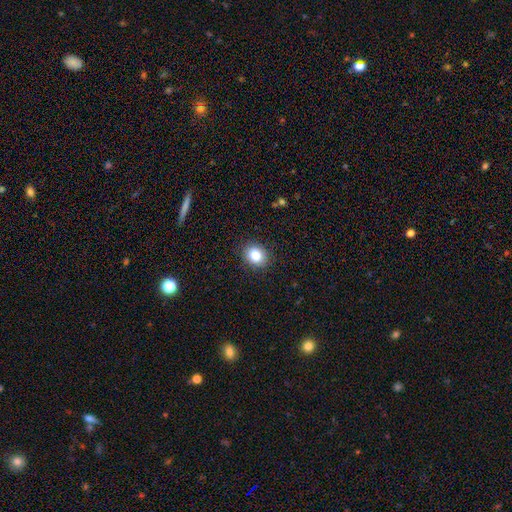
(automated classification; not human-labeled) Smooth or featured: smooth — 83% (star or artifact — 10%)
How rounded: round — 55% (in between — 44%)
Merging: none — 89% (minor disturbance — 8%)